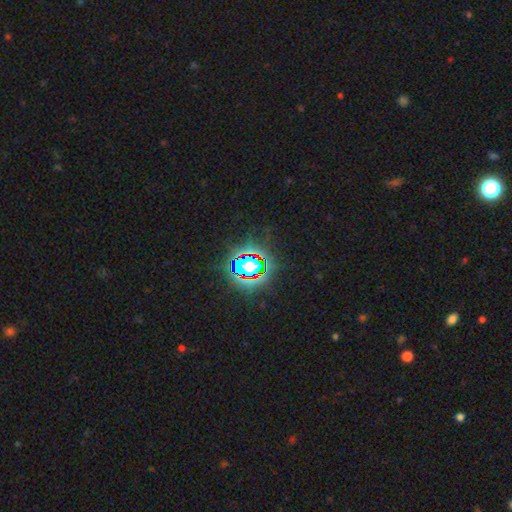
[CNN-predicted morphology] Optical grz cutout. It shows a star or artifact, not a galaxy (83%).